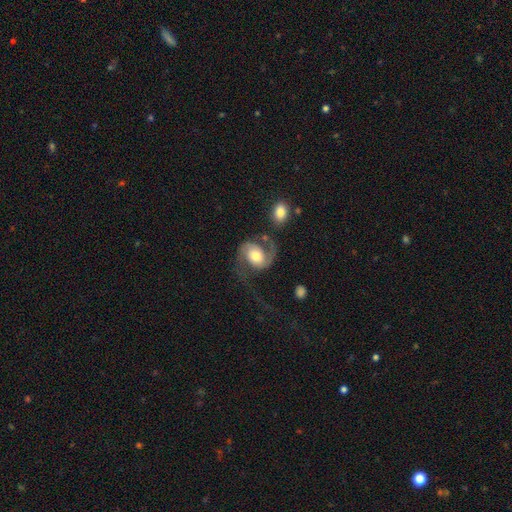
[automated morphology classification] A featured or disk galaxy (81%) with no bar (65%), 2 (85%) medium (44%) spiral arms (95%) and a moderate central bulge (60%).

Vote fractions:
- Smooth or featured? featured or disk: 81% / smooth: 14% / star or artifact: 6%
- Edge-on disk? no: 98% / yes: 2%
- Bar? no: 65% / weak: 27% / strong: 8%
- Spiral arms? yes: 95% / no: 5%
- Spiral winding? medium: 44% / loose: 41% / tight: 15%
- Spiral arm count? 2: 85% / 1: 10% / can't tell: 2% / 3: 1% / 4: 1% / more than 4: 1%
- Bulge size? moderate: 60% / large: 24% / small: 11% / dominant: 3% / none: 2%
- Merging? none: 48% / major disturbance: 28% / minor disturbance: 16% / merger: 8%